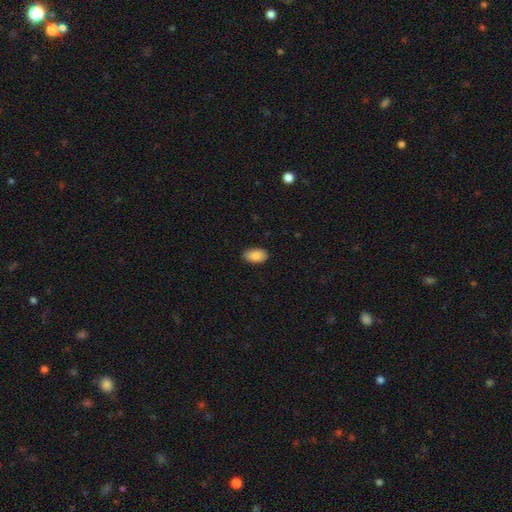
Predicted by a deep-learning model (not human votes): The model was most divided on "merging": none: 87%, minor disturbance: 10%, major disturbance: 2%, merger: 1%. More confident: how rounded — in between (93%); smooth or featured — smooth (86%).